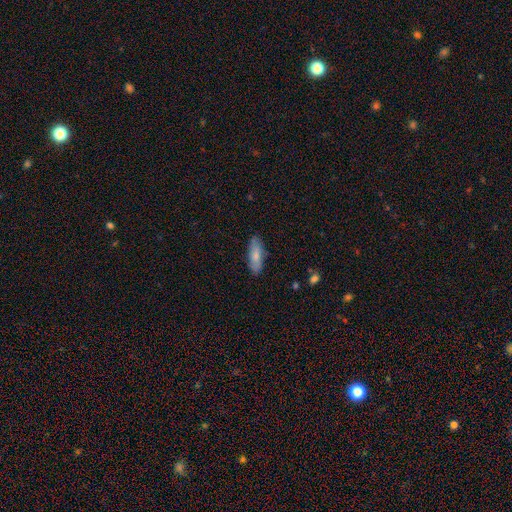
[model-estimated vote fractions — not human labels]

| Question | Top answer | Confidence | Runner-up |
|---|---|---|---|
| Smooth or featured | smooth | 76% | featured or disk (18%) |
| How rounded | in between | 61% | cigar-shaped (37%) |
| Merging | none | 83% | minor disturbance (13%) |